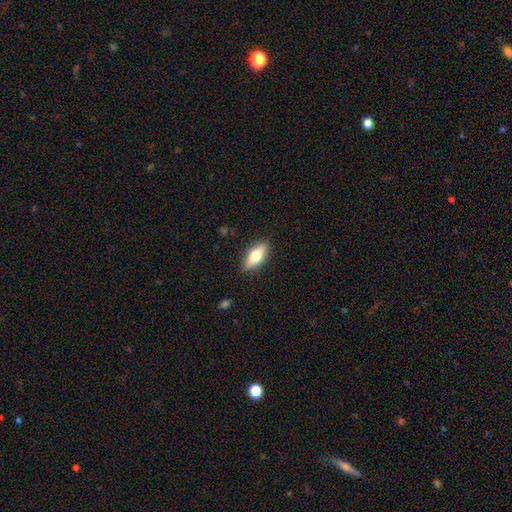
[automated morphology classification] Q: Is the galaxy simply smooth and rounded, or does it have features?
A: smooth — 64%.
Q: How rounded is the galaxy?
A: in between — 75%.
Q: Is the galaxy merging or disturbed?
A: none — 88%.